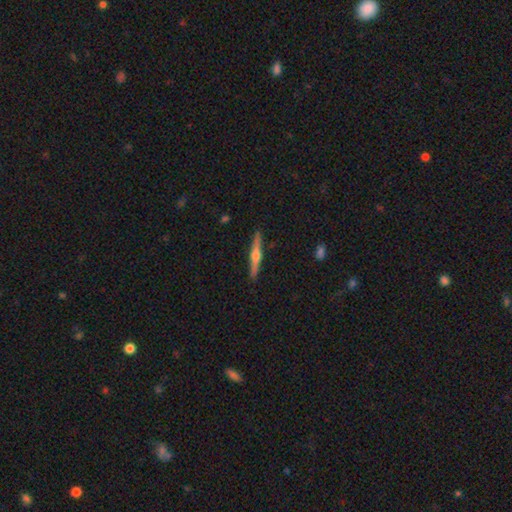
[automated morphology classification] smooth-or-featured: featured or disk: 69% | smooth: 25% | star or artifact: 6%
  disk-edge-on: yes: 98% | no: 2%
    edge-on-bulge: rounded: 91% | boxy: 4% | none: 4%
  merging: none: 90% | minor disturbance: 7% | major disturbance: 1% | merger: 1%